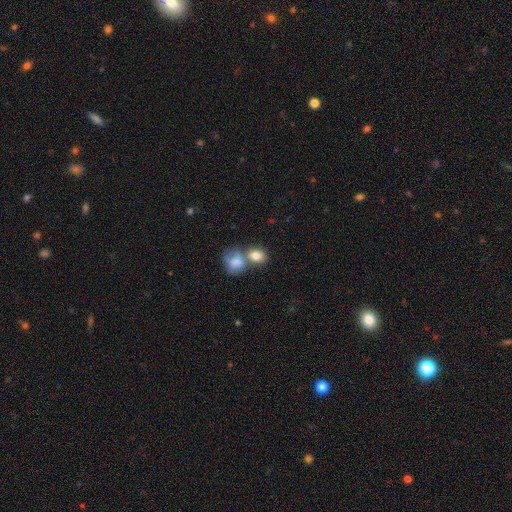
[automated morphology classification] The model was most divided on "how rounded": in between: 51%, round: 48%, cigar-shaped: 1%. Remaining: smooth or featured — smooth (81%); merging — merger (50%).